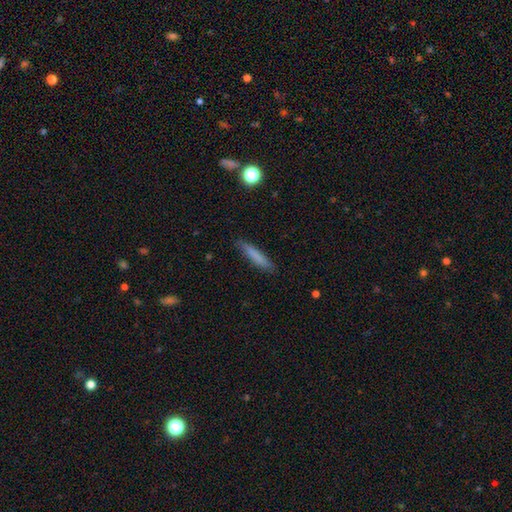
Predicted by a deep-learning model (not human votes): Smooth or featured? Predicted: smooth (p=0.77). How rounded? Predicted: cigar-shaped (p=0.91). Merging? Predicted: none (p=0.85).